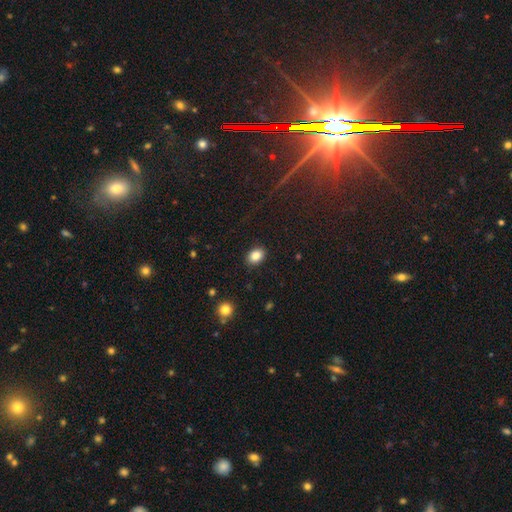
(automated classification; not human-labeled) This appears to be a smooth galaxy with no disk features (86%) that is in between round and cigar-shaped (70%). Merging: none (89%).